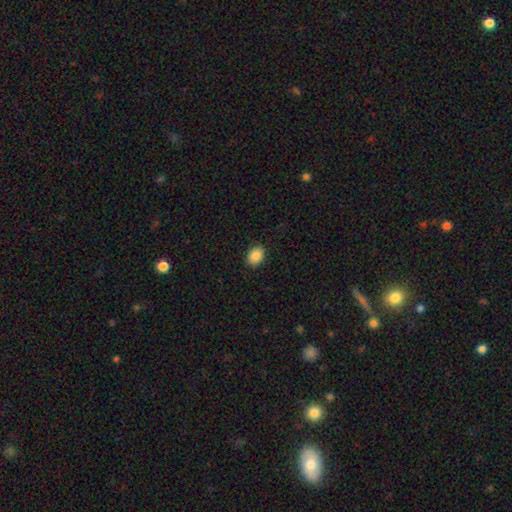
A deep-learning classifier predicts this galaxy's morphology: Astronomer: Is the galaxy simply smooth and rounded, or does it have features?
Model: smooth — 87%.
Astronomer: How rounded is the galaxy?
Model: in between — 67%.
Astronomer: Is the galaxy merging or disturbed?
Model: none — 89%.